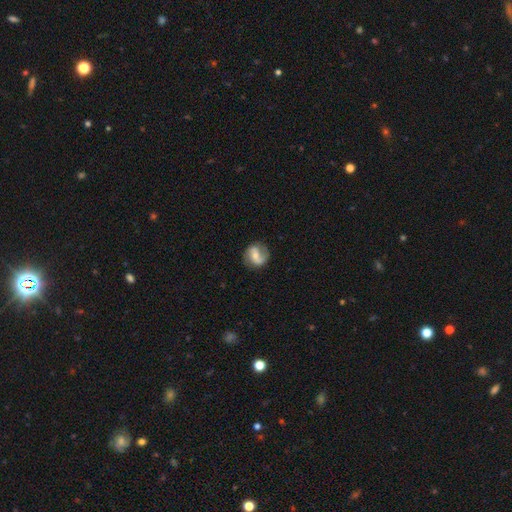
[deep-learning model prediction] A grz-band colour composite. It shows a featured or disk galaxy (68%) with a weak bar (45%), 2 (77%) medium (44%) spiral arms (91%) and a moderate central bulge (46%). Merging: none (75%).